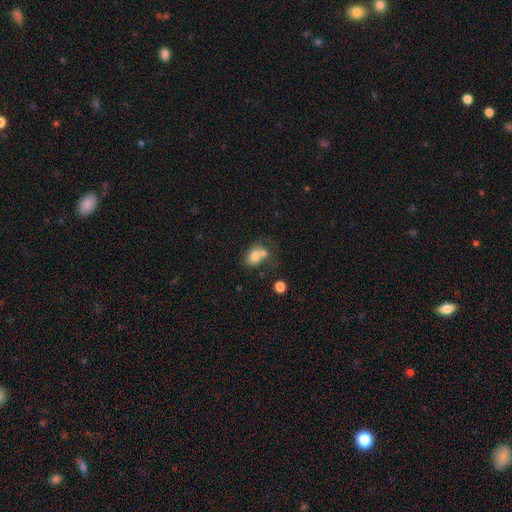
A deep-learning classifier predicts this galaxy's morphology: This appears to be a smooth galaxy with no disk features (75%) that is in between round and cigar-shaped (55%). Merging: merger (49%).